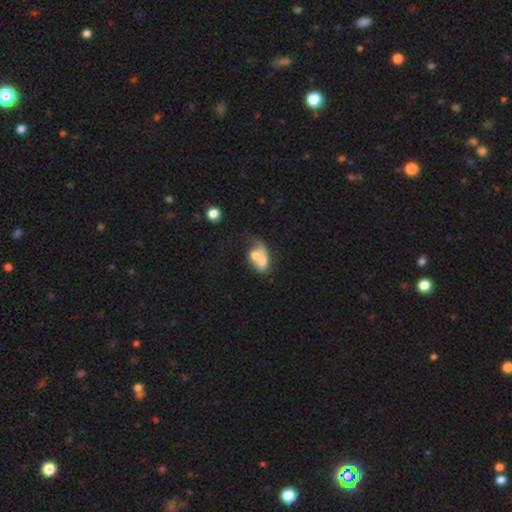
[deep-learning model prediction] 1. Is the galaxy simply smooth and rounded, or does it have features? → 55% smooth, 36% featured or disk, 9% star or artifact.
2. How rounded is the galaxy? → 73% in between, 24% round, 3% cigar-shaped.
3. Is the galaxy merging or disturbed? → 60% merger, 16% major disturbance, 14% none, 9% minor disturbance.